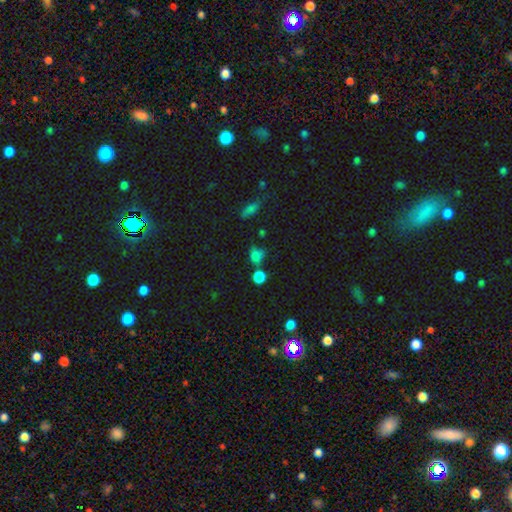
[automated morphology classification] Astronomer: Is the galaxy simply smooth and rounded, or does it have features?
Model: smooth — 74%.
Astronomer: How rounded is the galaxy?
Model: round — 63%.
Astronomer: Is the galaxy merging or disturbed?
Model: none — 49% (runner-up: merger, 26%).